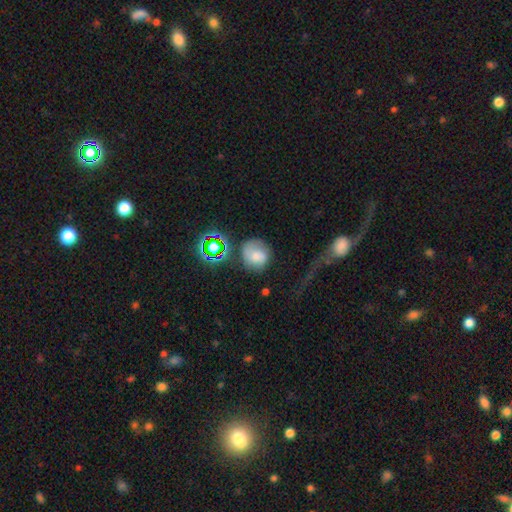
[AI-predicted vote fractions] smooth 57%, featured or disk 29%, star or artifact 15%. Down the decision tree: how rounded — round (81%); merging — none (52%).